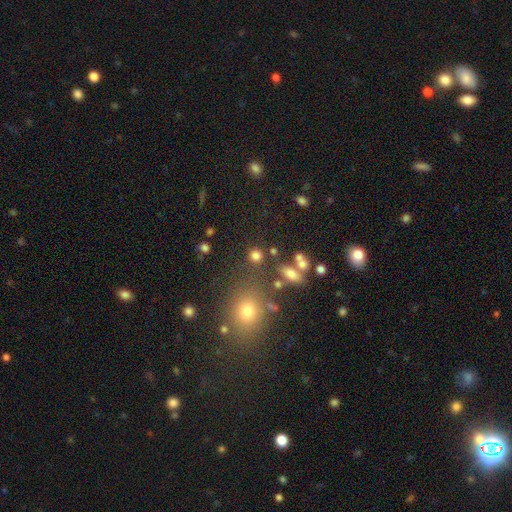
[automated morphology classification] This appears to be a smooth galaxy with no disk features (77%) that is round (84%). Merging: none (75%).